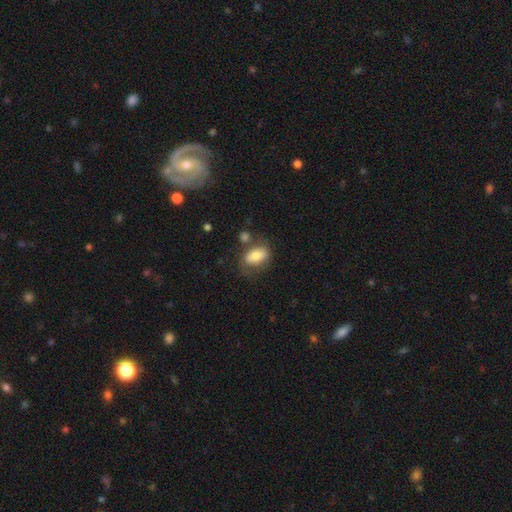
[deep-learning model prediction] Smooth or featured? smooth (72%)
How rounded? in between (87%)
Merging? none (55%)